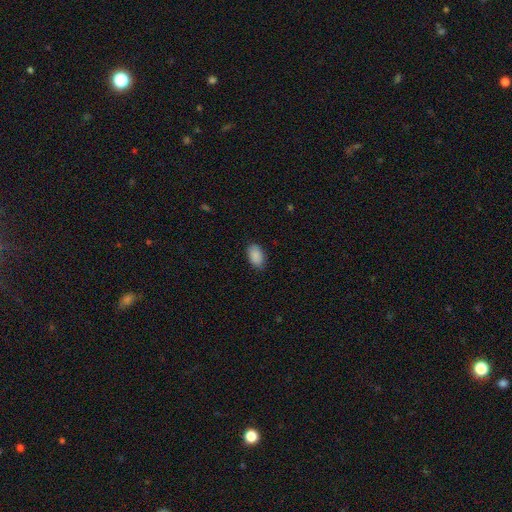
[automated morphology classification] A smooth galaxy with no disk features (90%) that is in between round and cigar-shaped (92%).

Vote fractions:
- Smooth or featured? smooth: 90% / star or artifact: 7% / featured or disk: 4%
- How rounded? in between: 92% / round: 7% / cigar-shaped: 1%
- Merging? none: 83% / minor disturbance: 13% / major disturbance: 3% / merger: 1%